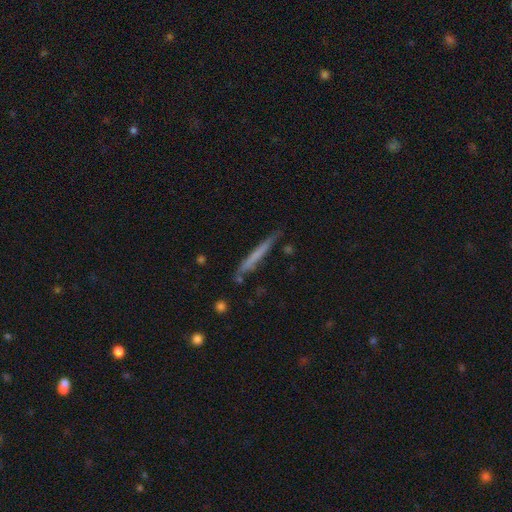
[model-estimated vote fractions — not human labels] Smooth or featured? Predicted: smooth (p=0.57). How rounded? Predicted: cigar-shaped (p=0.96). Merging? Predicted: none (p=0.80).